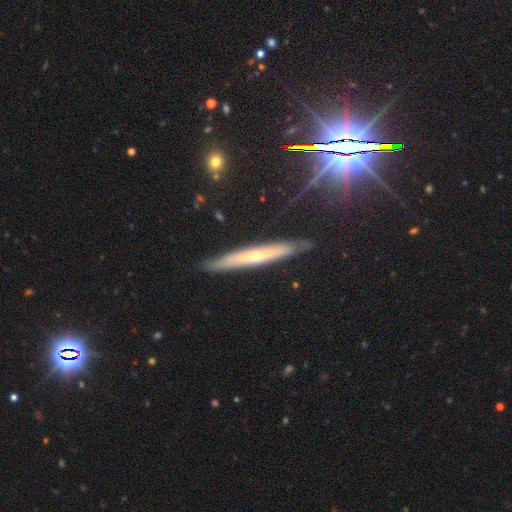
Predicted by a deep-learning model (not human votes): A featured or disk galaxy (61%) viewed edge-on (84%) with a rounded central bulge (64%). Merging: none (86%).